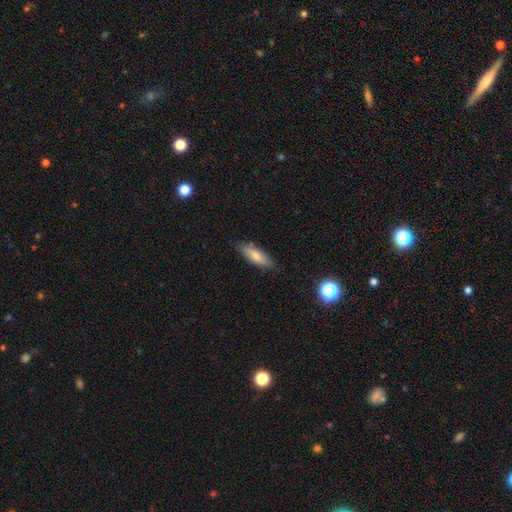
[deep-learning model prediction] Smooth or featured?
  - smooth: 78% *
  - featured or disk: 16%
  - star or artifact: 7%
How rounded?
  - in between: 54% *
  - cigar-shaped: 44%
  - round: 2%
Merging?
  - none: 82% *
  - minor disturbance: 14%
  - major disturbance: 2%
  - merger: 2%